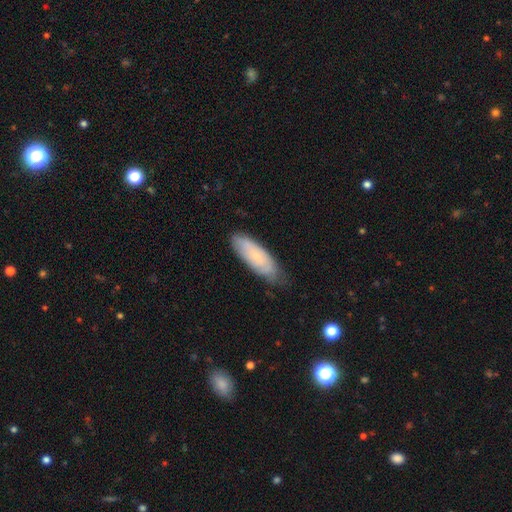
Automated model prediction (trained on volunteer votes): The model was most divided on "how rounded": in between: 60%, cigar-shaped: 38%, round: 2%. More confident: merging — none (67%); smooth or featured — smooth (65%).